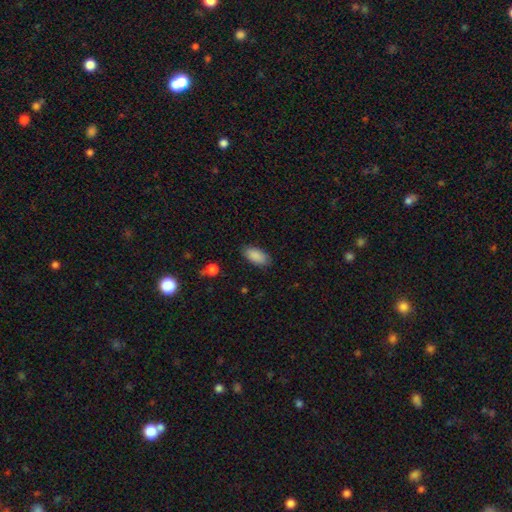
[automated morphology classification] Q: Smooth or featured?
A: smooth (89%); runner-up: star or artifact (7%)
Q: How rounded?
A: in between (92%); runner-up: cigar-shaped (5%)
Q: Merging?
A: none (84%); runner-up: minor disturbance (12%)